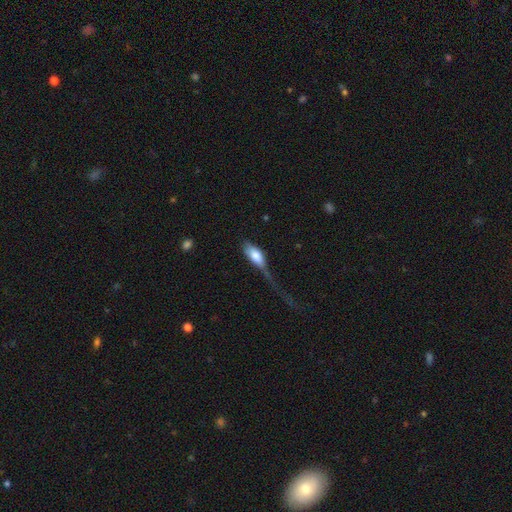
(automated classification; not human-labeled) smooth_or_featured: smooth (p=0.69) [alt: featured or disk p=0.24]
how_rounded: in between (p=0.79) [alt: cigar-shaped p=0.17]
merging: major disturbance (p=0.53) [alt: minor disturbance p=0.22]